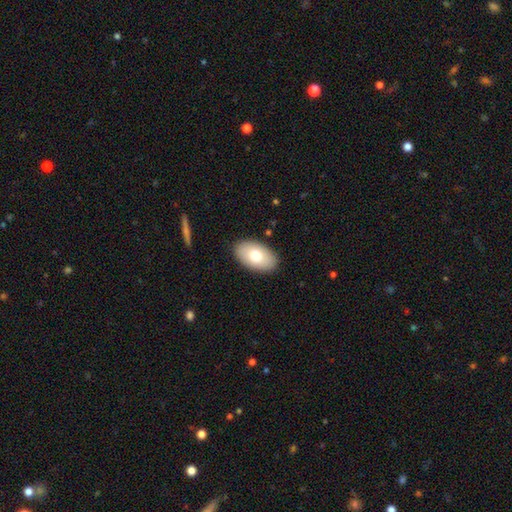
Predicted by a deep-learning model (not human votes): Smooth or featured?
  - smooth: 74% *
  - featured or disk: 19%
  - star or artifact: 6%
How rounded?
  - in between: 94% *
  - round: 5%
  - cigar-shaped: 1%
Merging?
  - none: 89% *
  - minor disturbance: 8%
  - major disturbance: 2%
  - merger: 1%